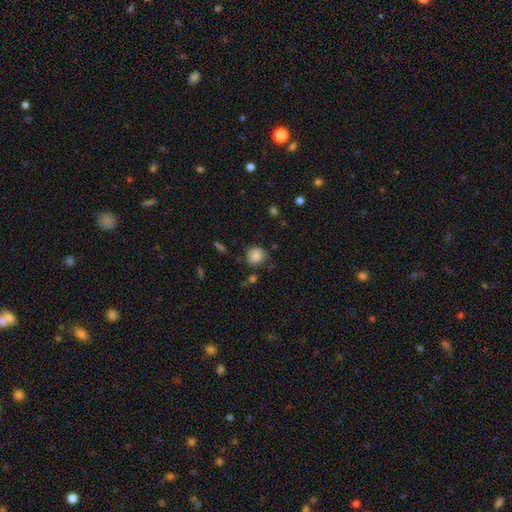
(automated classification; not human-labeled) Overall: smooth (82%). How rounded: round (77%). Merging: none (70%).